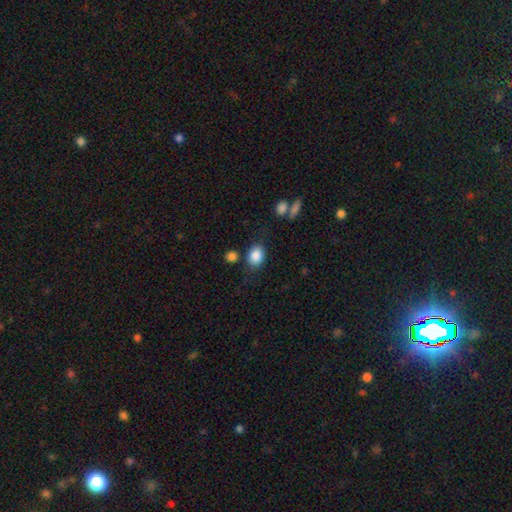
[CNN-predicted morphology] A smooth galaxy with no disk features (87%) that is in between round and cigar-shaped (57%). Merging: none (73%).